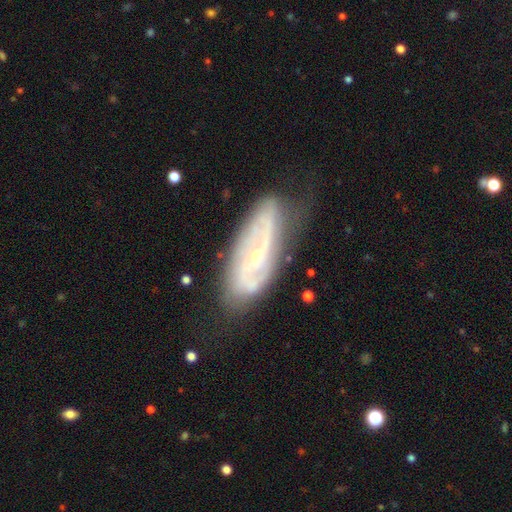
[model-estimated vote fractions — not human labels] featured or disk 81%, smooth 13%, star or artifact 6%. Down the decision tree: edge-on disk — no (89%); bar — no (56%); spiral arms — yes (90%); spiral arm count — 2 (58%); spiral winding — medium (41%); bulge size — small (74%); merging — none (68%).